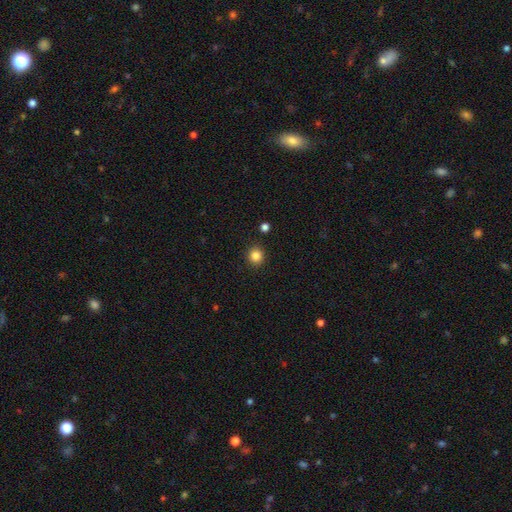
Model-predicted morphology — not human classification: smooth-or-featured: smooth: 84% | star or artifact: 12% | featured or disk: 4%
  how-rounded: round: 92% | in between: 7% | cigar-shaped: 1%
  merging: none: 91% | minor disturbance: 5% | major disturbance: 2% | merger: 2%